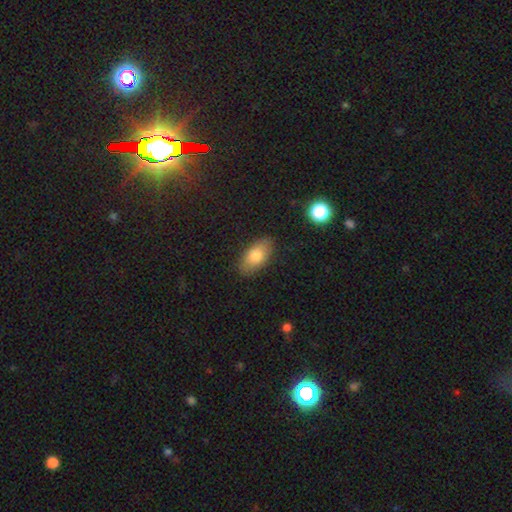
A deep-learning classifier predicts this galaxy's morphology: This appears to be a smooth galaxy with no disk features (78%) that is in between round and cigar-shaped (91%). Merging: none (85%).